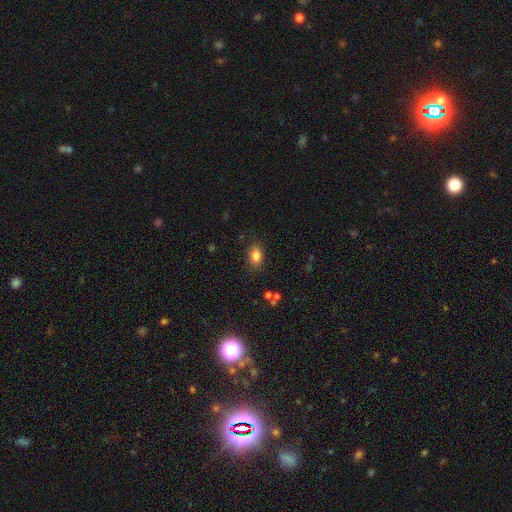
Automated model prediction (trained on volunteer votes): A smooth galaxy with no disk features (84%) that is in between round and cigar-shaped (82%). Merging: none (84%).